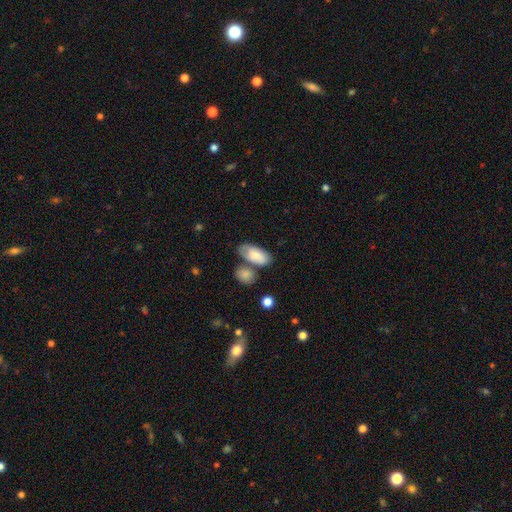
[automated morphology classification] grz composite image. It shows a smooth galaxy with no disk features (76%) that is in between round and cigar-shaped (91%). Merging: none (47%).